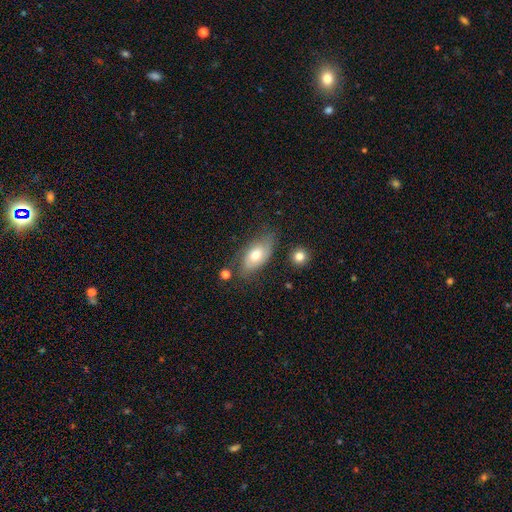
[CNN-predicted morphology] A smooth galaxy with no disk features (66%) that is in between round and cigar-shaped (90%).

Vote fractions:
- Smooth or featured? smooth: 66% / featured or disk: 27% / star or artifact: 8%
- How rounded? in between: 90% / cigar-shaped: 5% / round: 5%
- Merging? none: 63% / minor disturbance: 25% / major disturbance: 8% / merger: 4%